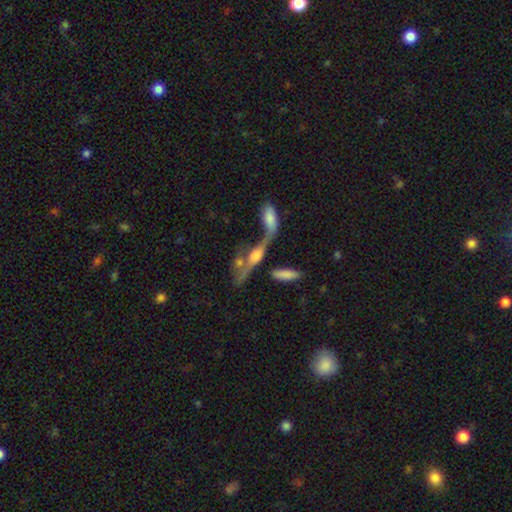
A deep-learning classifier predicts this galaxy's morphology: A featured or disk galaxy (55%) viewed edge-on (52%).

Vote fractions:
- Smooth or featured? featured or disk: 55% / smooth: 33% / star or artifact: 12%
- Edge-on disk? yes: 52% / no: 48%
- Merging? merger: 51% / none: 25% / major disturbance: 14% / minor disturbance: 10%